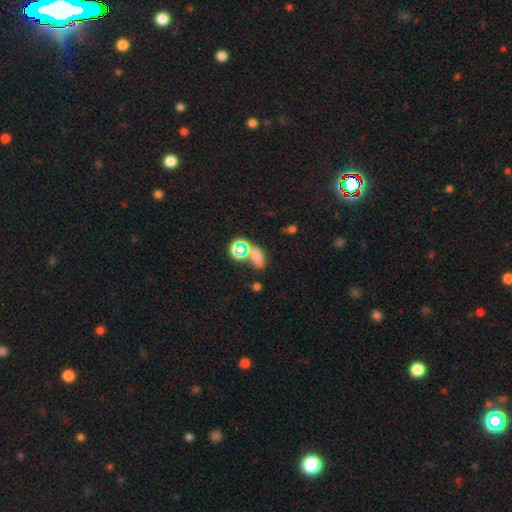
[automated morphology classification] The model was most divided on "merging": none: 47%, merger: 25%, minor disturbance: 17%, major disturbance: 11%. More confident: how rounded — in between (77%); smooth or featured — smooth (56%).